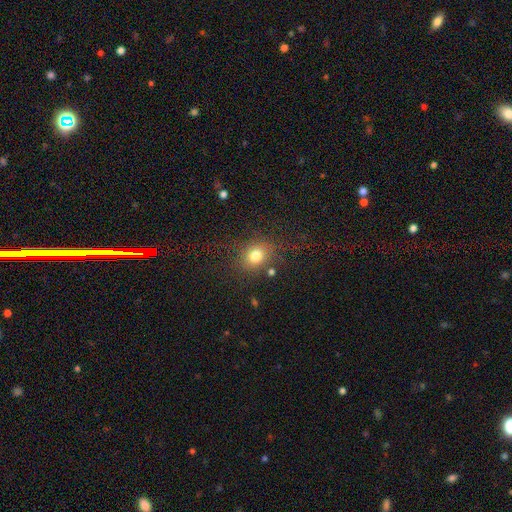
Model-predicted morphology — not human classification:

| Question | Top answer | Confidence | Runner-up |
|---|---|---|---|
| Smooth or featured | smooth | 79% | star or artifact (14%) |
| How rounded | round | 63% | in between (36%) |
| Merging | none | 77% | minor disturbance (13%) |